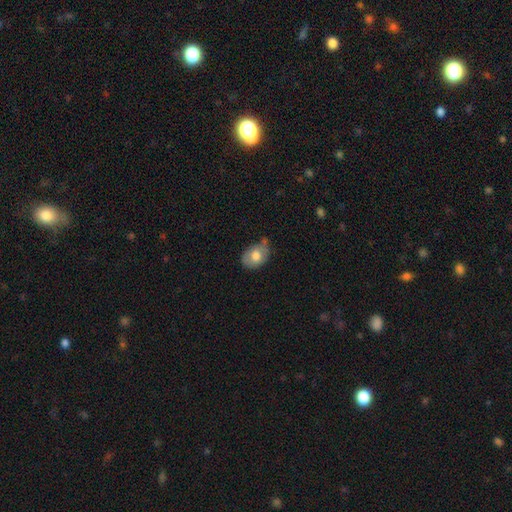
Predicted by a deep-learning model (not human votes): smooth_or_featured: smooth (p=0.71) [alt: featured or disk p=0.22]
how_rounded: in between (p=0.79) [alt: round p=0.20]
merging: none (p=0.51) [alt: minor disturbance p=0.34]